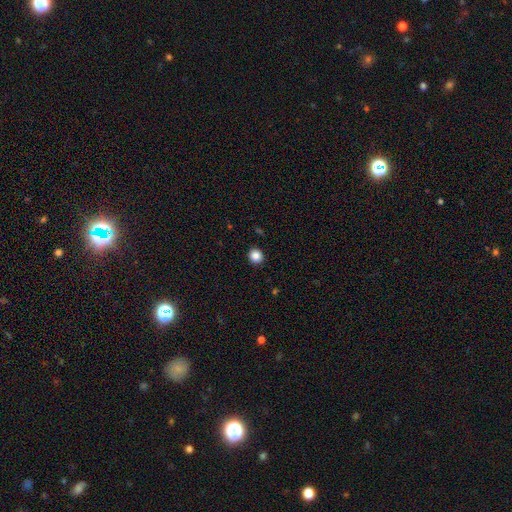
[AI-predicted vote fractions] smooth 86%, star or artifact 10%, featured or disk 4%. Down the decision tree: how rounded — round (87%); merging — none (92%).